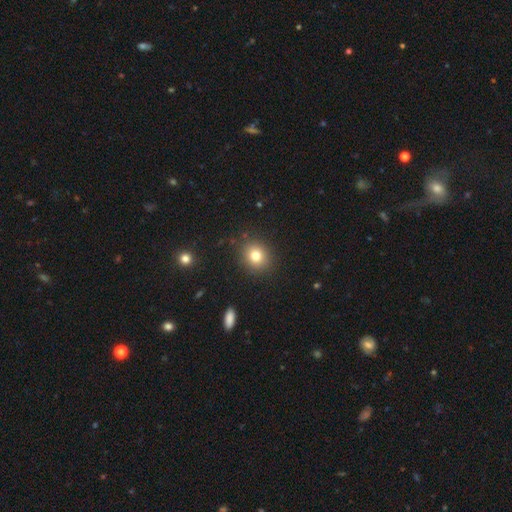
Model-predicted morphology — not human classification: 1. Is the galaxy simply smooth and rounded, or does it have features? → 79% smooth, 12% star or artifact, 9% featured or disk.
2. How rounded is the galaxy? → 73% round, 27% in between, 1% cigar-shaped.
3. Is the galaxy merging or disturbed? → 87% none, 8% minor disturbance, 3% major disturbance, 2% merger.